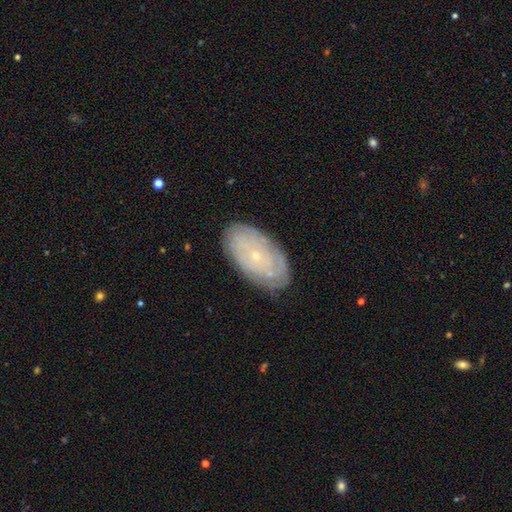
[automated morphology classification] This appears to be a featured or disk galaxy (61%) with no bar (86%), spiral arms (72%) and a small central bulge (85%). Merging: none (82%).